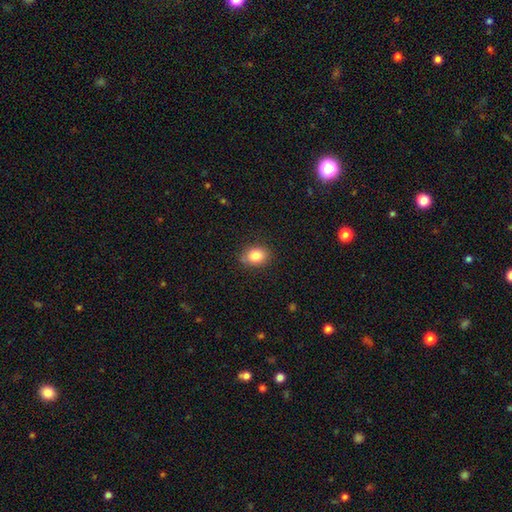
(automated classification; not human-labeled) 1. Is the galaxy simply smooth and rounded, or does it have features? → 83% smooth, 10% star or artifact, 7% featured or disk.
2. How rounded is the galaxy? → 60% in between, 39% round, 1% cigar-shaped.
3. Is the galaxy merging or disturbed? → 80% none, 15% minor disturbance, 3% major disturbance, 2% merger.